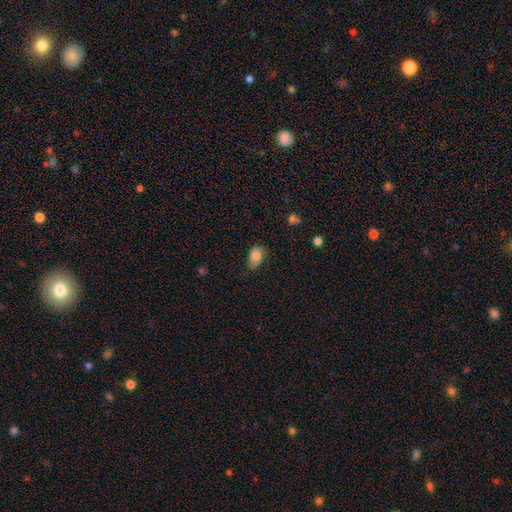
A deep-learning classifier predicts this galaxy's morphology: Smooth or featured? smooth (81%)
How rounded? in between (79%)
Merging? none (52%)